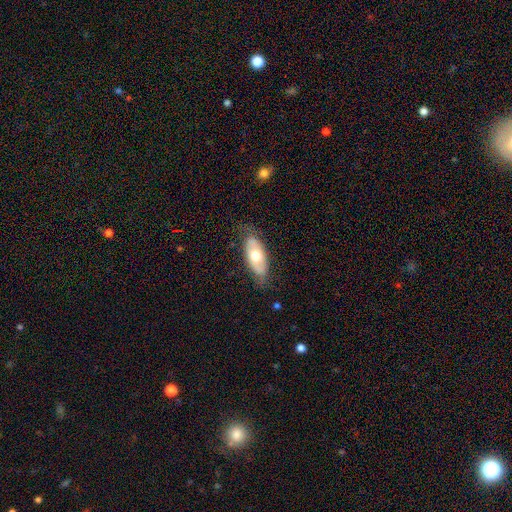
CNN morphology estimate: smooth-or-featured: smooth: 54% | featured or disk: 41% | star or artifact: 5%
  how-rounded: in between: 86% | cigar-shaped: 11% | round: 3%
  merging: none: 74% | minor disturbance: 19% | major disturbance: 6% | merger: 1%